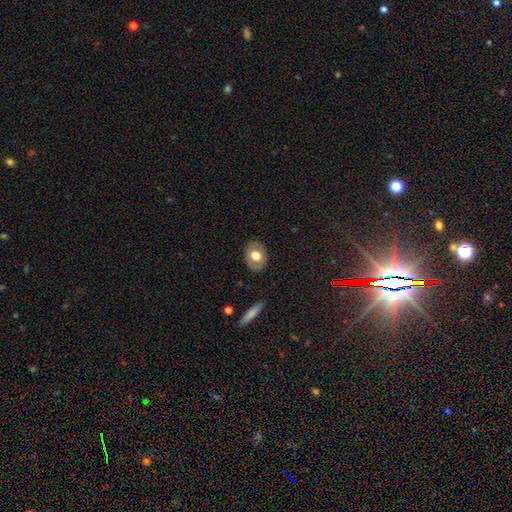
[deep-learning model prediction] Smooth or featured? smooth (61%)
How rounded? in between (66%)
Merging? none (84%)